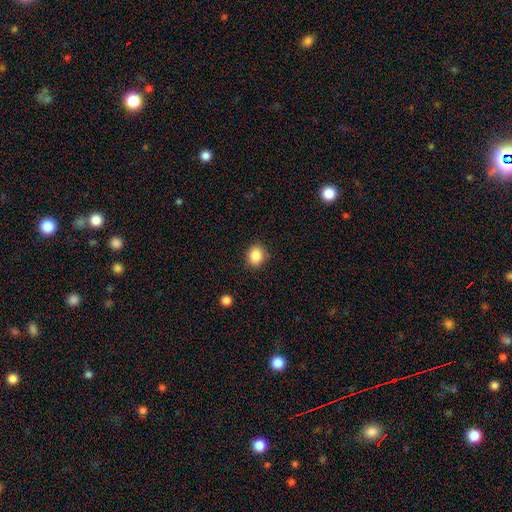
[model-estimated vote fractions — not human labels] smooth-or-featured: smooth: 86% | star or artifact: 10% | featured or disk: 5%
  how-rounded: round: 64% | in between: 36% | cigar-shaped: 1%
  merging: none: 87% | minor disturbance: 9% | major disturbance: 2% | merger: 1%